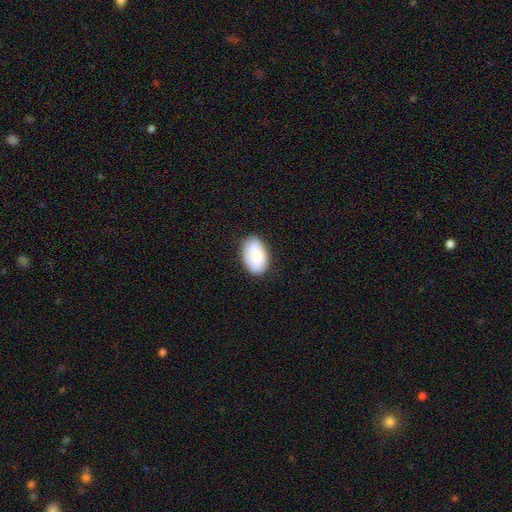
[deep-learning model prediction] This appears to be a smooth galaxy with no disk features (74%) that is in between round and cigar-shaped (91%). Merging: none (81%).